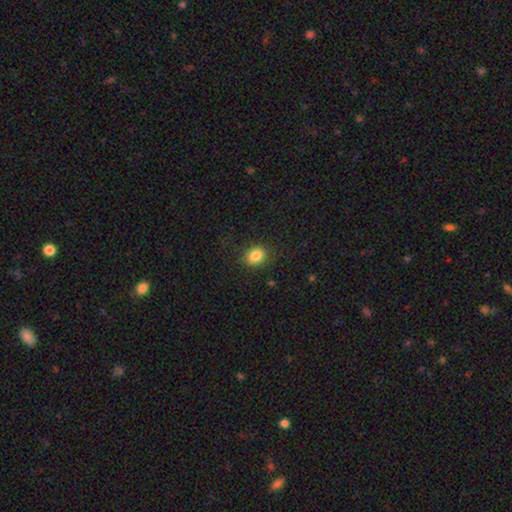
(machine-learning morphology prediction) smooth_or_featured: smooth (p=0.85) [alt: star or artifact p=0.10]
how_rounded: round (p=0.58) [alt: in between p=0.41]
merging: none (p=0.85) [alt: minor disturbance p=0.10]